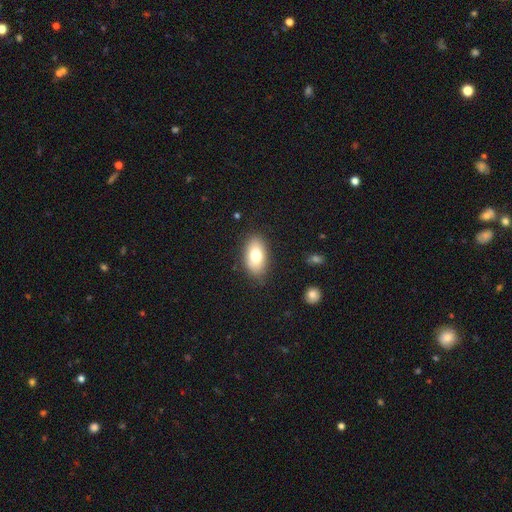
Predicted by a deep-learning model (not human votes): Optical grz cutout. It shows a smooth galaxy with no disk features (75%) that is in between round and cigar-shaped (92%). Merging: none (83%).